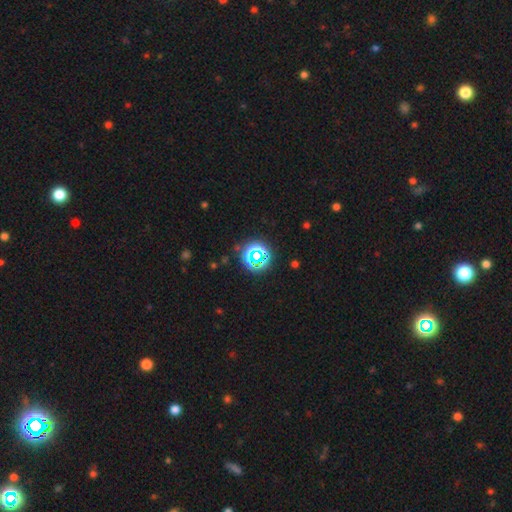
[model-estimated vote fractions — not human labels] Smooth or featured: star or artifact — 65% (smooth — 25%)